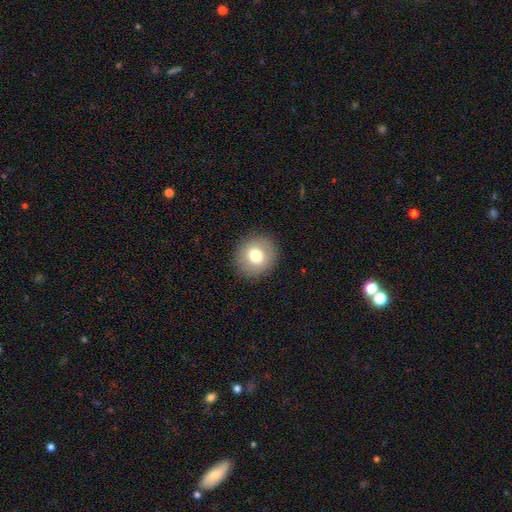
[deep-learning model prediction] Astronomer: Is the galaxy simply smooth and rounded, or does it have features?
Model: smooth — 76%.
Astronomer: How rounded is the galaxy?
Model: round — 87%.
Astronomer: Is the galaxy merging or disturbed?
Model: none — 91%.